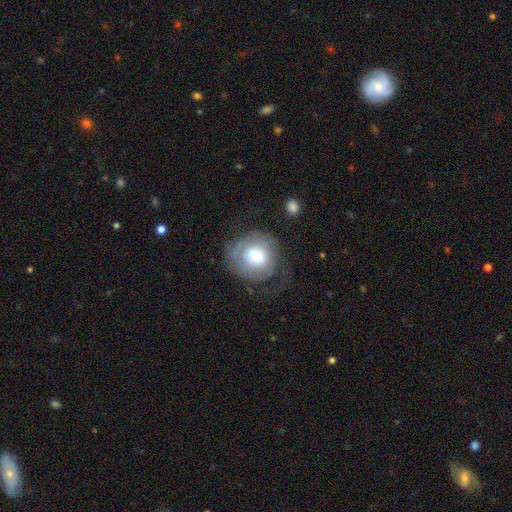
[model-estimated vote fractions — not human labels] Smooth or featured? featured or disk (59%)
Edge-on disk? no (97%)
Bar? no (55%)
Spiral arms? yes (78%)
Bulge size? moderate (51%)
Merging? none (55%)